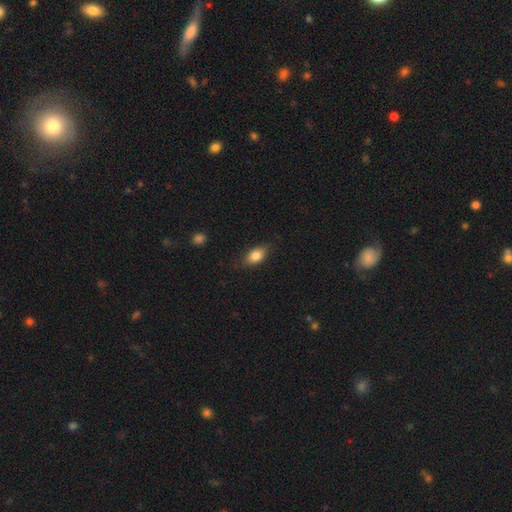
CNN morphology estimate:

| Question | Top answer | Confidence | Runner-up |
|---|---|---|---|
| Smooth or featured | smooth | 81% | featured or disk (12%) |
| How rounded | in between | 83% | round (12%) |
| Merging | none | 78% | minor disturbance (17%) |